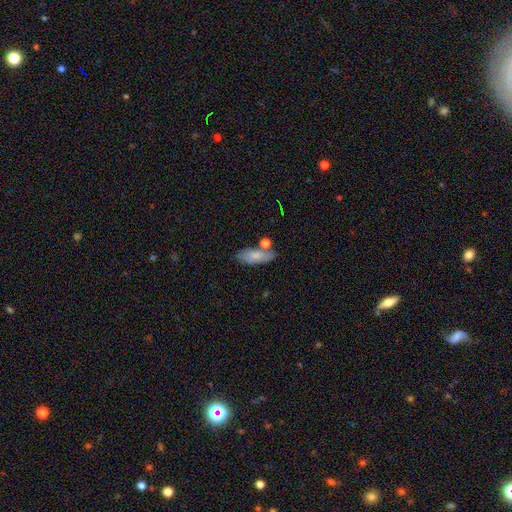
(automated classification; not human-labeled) Smooth or featured: smooth — 73% (featured or disk — 20%)
How rounded: in between — 75% (cigar-shaped — 22%)
Merging: none — 62% (minor disturbance — 18%)